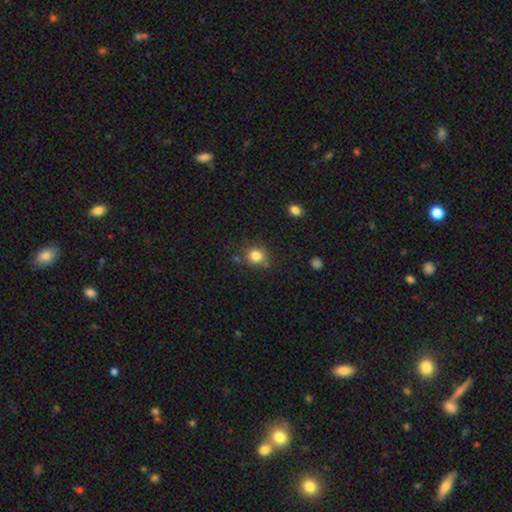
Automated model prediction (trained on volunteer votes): smooth 83%, star or artifact 11%, featured or disk 6%. Down the decision tree: how rounded — round (82%); merging — none (75%).